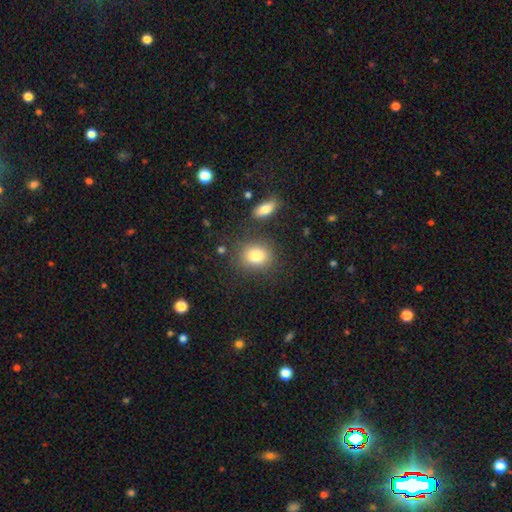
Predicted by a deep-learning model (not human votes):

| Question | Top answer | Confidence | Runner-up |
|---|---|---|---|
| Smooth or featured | smooth | 82% | star or artifact (9%) |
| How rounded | round | 61% | in between (37%) |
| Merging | none | 80% | minor disturbance (10%) |